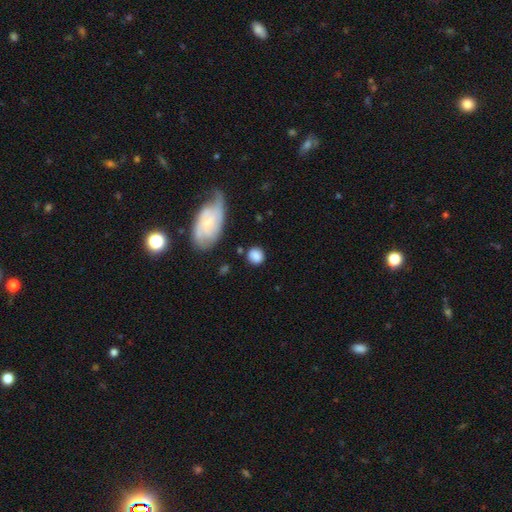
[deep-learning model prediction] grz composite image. It shows a smooth galaxy with no disk features (79%) that is round (77%). Merging: none (73%).